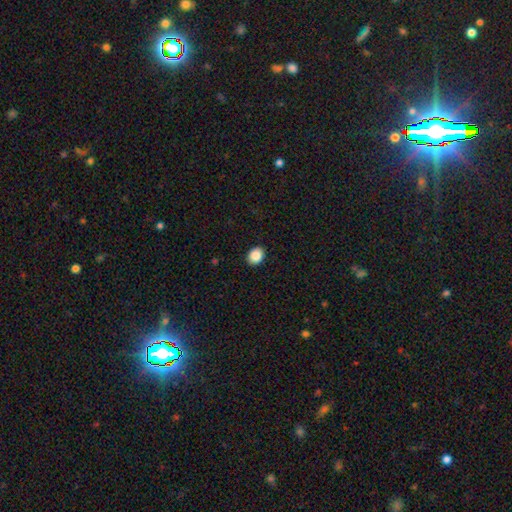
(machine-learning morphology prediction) smooth 89%, star or artifact 8%, featured or disk 3%. Down the decision tree: how rounded — in between (53%); merging — none (91%).